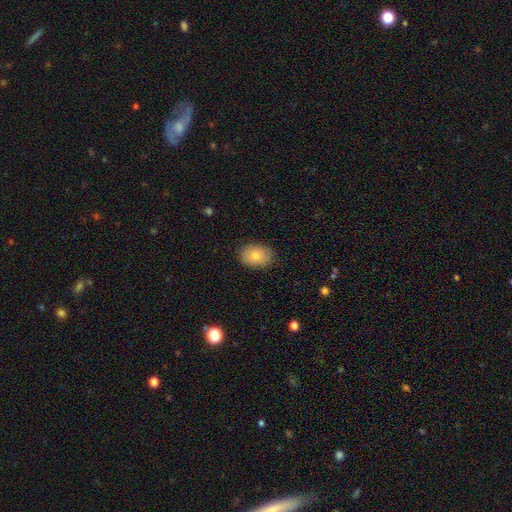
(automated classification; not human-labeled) smooth-or-featured: smooth: 82% | featured or disk: 11% | star or artifact: 7%
  how-rounded: in between: 75% | round: 24% | cigar-shaped: 1%
  merging: none: 84% | minor disturbance: 13% | major disturbance: 3% | merger: 1%